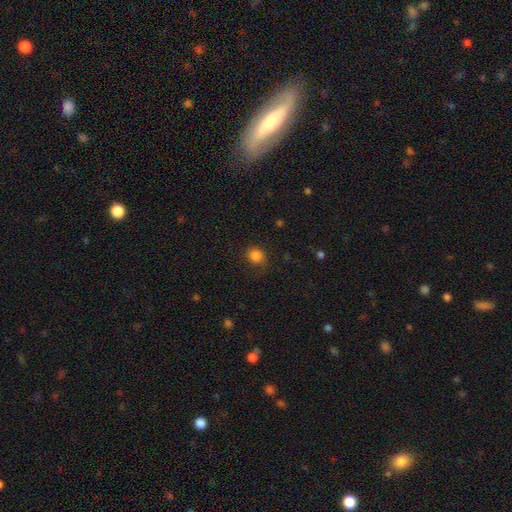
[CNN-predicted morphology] Overall: smooth (84%). How rounded: round (76%). Merging: none (78%).